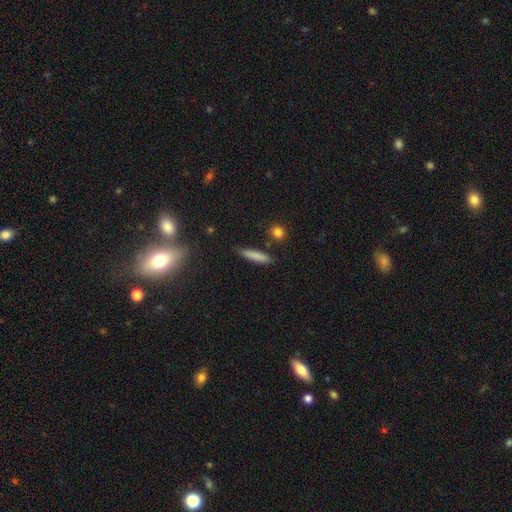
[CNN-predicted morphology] A smooth galaxy with no disk features (81%) that is cigar-shaped (85%). Merging: none (85%).